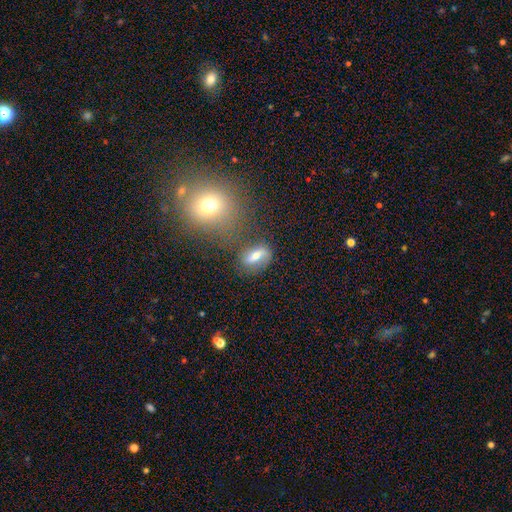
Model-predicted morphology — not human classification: The model was most divided on "smooth or featured": smooth: 49%, featured or disk: 39%, star or artifact: 12%. More confident: merging — none (67%).